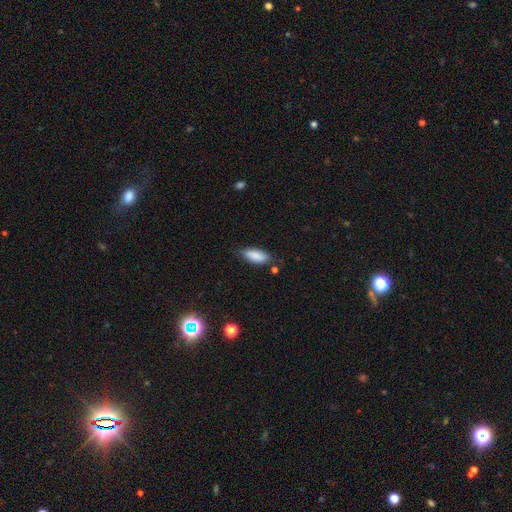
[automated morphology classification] Smooth or featured?
  - smooth: 87% *
  - star or artifact: 7%
  - featured or disk: 7%
How rounded?
  - in between: 77% *
  - cigar-shaped: 21%
  - round: 2%
Merging?
  - none: 74% *
  - minor disturbance: 19%
  - major disturbance: 3%
  - merger: 3%